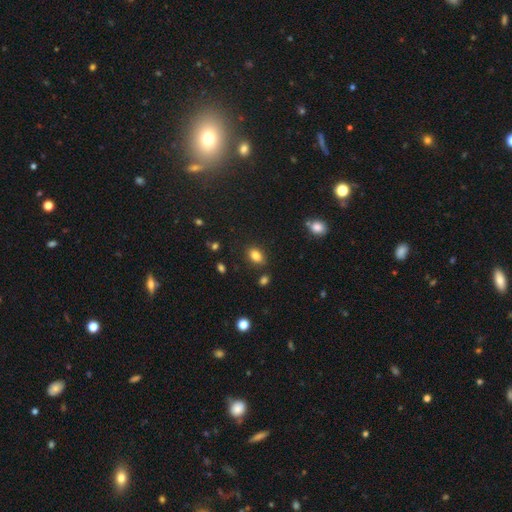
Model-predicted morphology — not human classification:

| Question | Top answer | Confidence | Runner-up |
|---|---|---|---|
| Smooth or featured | smooth | 83% | star or artifact (11%) |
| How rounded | in between | 80% | round (18%) |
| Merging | none | 82% | minor disturbance (12%) |